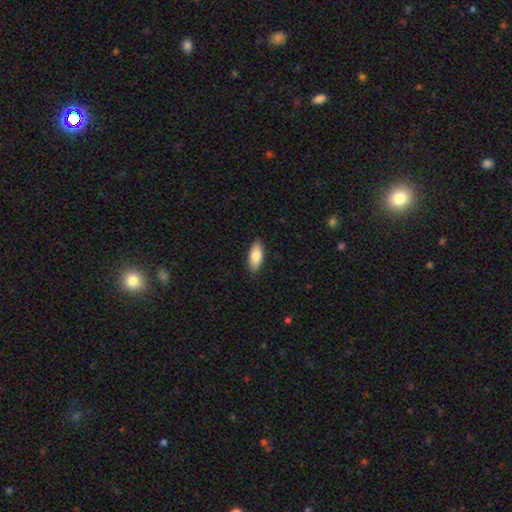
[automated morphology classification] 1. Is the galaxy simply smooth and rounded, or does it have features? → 82% smooth, 12% featured or disk, 6% star or artifact.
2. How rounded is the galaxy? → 87% in between, 11% cigar-shaped, 2% round.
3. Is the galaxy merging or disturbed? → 88% none, 9% minor disturbance, 2% major disturbance, 1% merger.